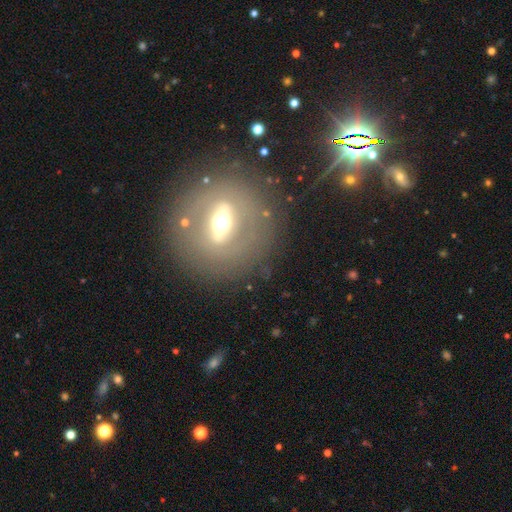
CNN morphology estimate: Overall: featured or disk (65%). Edge-on disk: no (60%; yes 40%). Merging: none (81%).